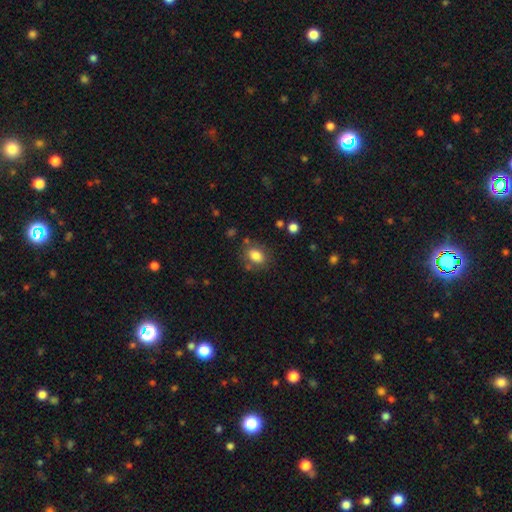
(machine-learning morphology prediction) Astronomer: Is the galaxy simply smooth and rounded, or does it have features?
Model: smooth — 82%.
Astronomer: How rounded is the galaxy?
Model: in between — 68%.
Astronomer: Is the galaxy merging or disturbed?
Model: none — 75%.